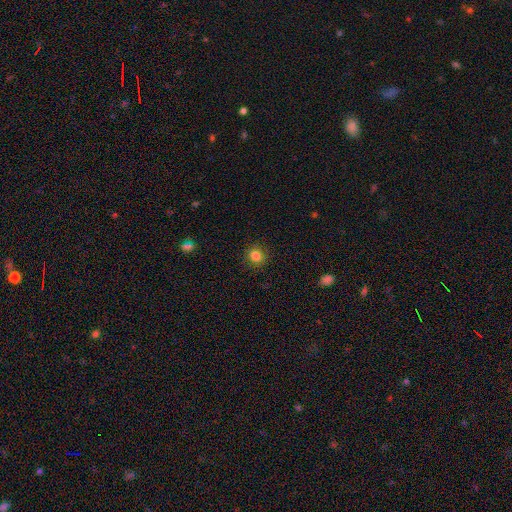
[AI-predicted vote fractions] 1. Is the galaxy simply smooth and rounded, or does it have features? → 84% smooth, 11% star or artifact, 5% featured or disk.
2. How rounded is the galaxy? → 82% round, 17% in between, 1% cigar-shaped.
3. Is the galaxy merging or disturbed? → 89% none, 8% minor disturbance, 3% major disturbance, 1% merger.